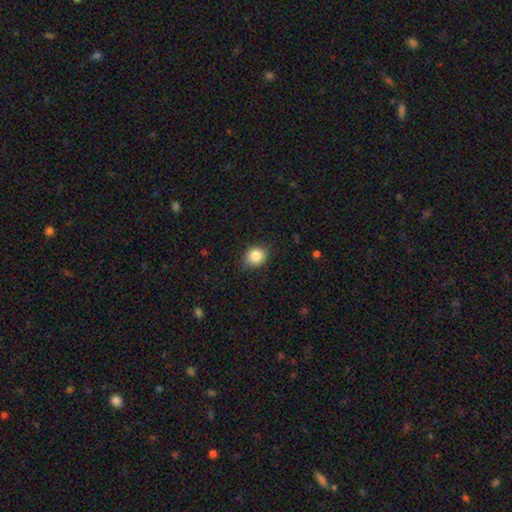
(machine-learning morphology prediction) Smooth or featured? Predicted: smooth (p=0.84). How rounded? Predicted: round (p=0.70). Merging? Predicted: none (p=0.80).